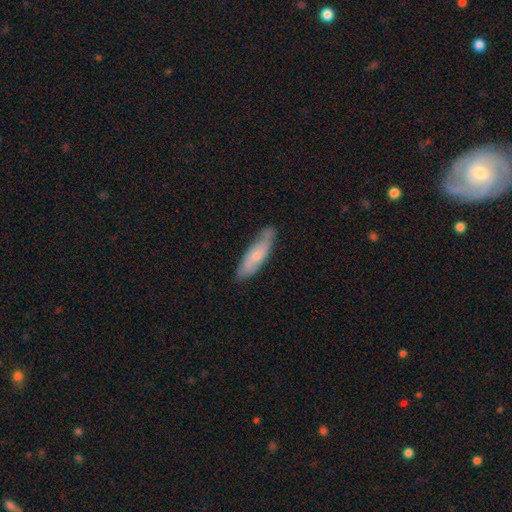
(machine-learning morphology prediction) Q: Smooth or featured?
A: smooth (59%); runner-up: featured or disk (35%)
Q: How rounded?
A: cigar-shaped (59%); runner-up: in between (39%)
Q: Merging?
A: none (76%); runner-up: minor disturbance (19%)